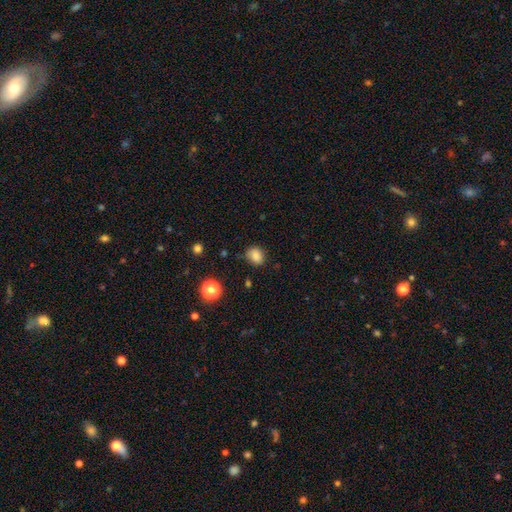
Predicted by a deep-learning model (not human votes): smooth 83%, star or artifact 12%, featured or disk 5%. Down the decision tree: how rounded — in between (51%); merging — none (71%).